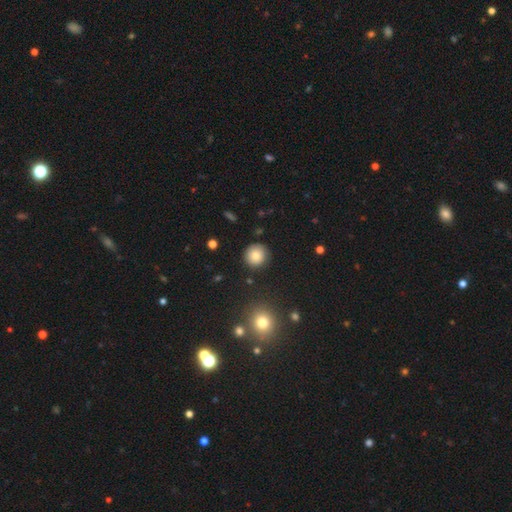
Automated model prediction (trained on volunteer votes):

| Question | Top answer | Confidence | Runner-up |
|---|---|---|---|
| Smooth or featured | smooth | 81% | star or artifact (10%) |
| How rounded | round | 94% | in between (5%) |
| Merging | none | 89% | minor disturbance (7%) |